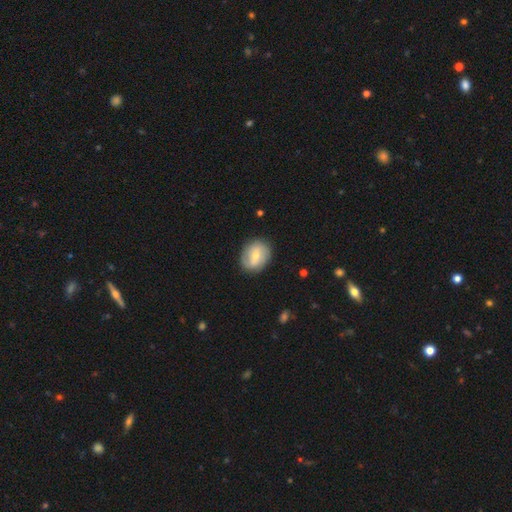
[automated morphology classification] Smooth or featured: featured or disk — 50% (smooth — 43%)
Edge-on disk: no — 96% (yes — 4%)
Merging: none — 82% (minor disturbance — 13%)